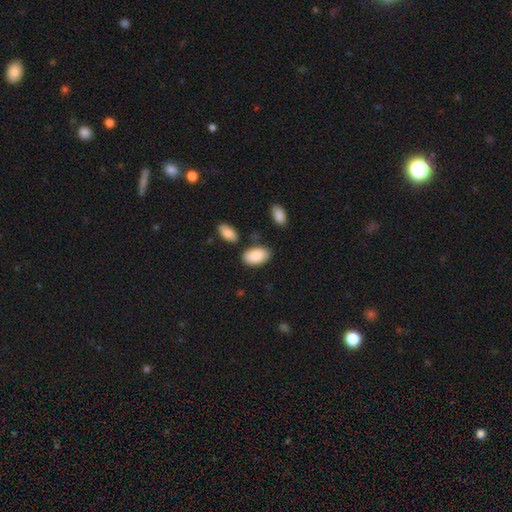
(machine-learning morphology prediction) Q: Smooth or featured?
A: smooth (86%); runner-up: featured or disk (8%)
Q: How rounded?
A: in between (95%); runner-up: round (4%)
Q: Merging?
A: none (77%); runner-up: minor disturbance (14%)